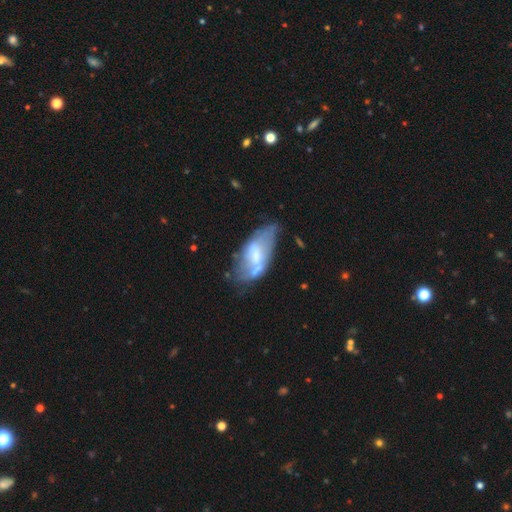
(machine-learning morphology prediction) A featured or disk galaxy (57%) with no bar (41%), no spiral arms (60%) and a moderate central bulge (39%).

Vote fractions:
- Smooth or featured? featured or disk: 57% / smooth: 35% / star or artifact: 8%
- Edge-on disk? no: 89% / yes: 11%
- Bar? no: 41% / weak: 40% / strong: 20%
- Spiral arms? no: 60% / yes: 40%
- Bulge size? moderate: 39% / small: 35% / none: 17% / large: 8% / dominant: 2%
- Merging? none: 38% / minor disturbance: 30% / major disturbance: 19% / merger: 12%